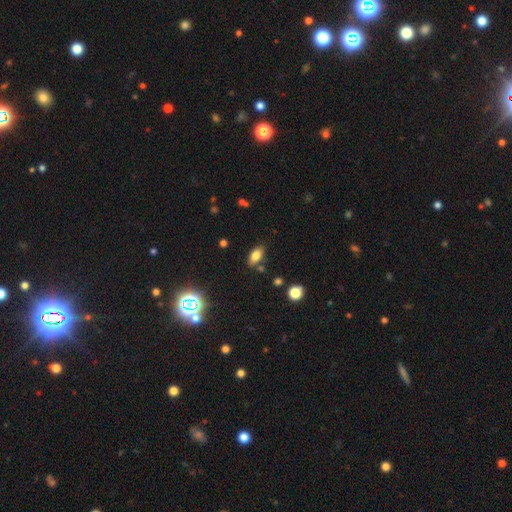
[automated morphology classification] smooth 78%, star or artifact 12%, featured or disk 10%. Down the decision tree: how rounded — in between (89%); merging — none (78%).